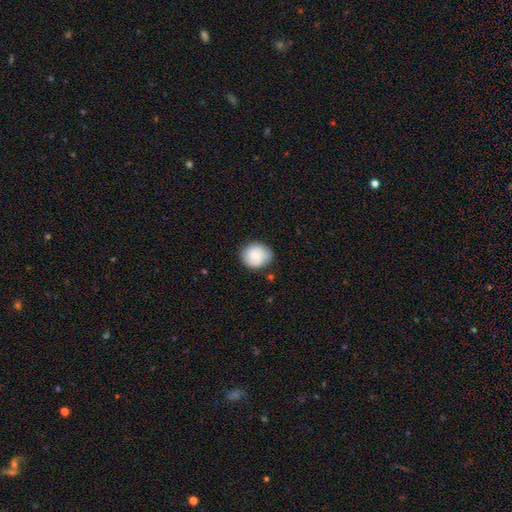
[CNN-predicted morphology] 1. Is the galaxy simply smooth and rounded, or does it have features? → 58% smooth, 34% featured or disk, 8% star or artifact.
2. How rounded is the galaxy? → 77% round, 22% in between, 1% cigar-shaped.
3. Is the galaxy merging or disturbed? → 77% none, 18% minor disturbance, 4% major disturbance, 2% merger.